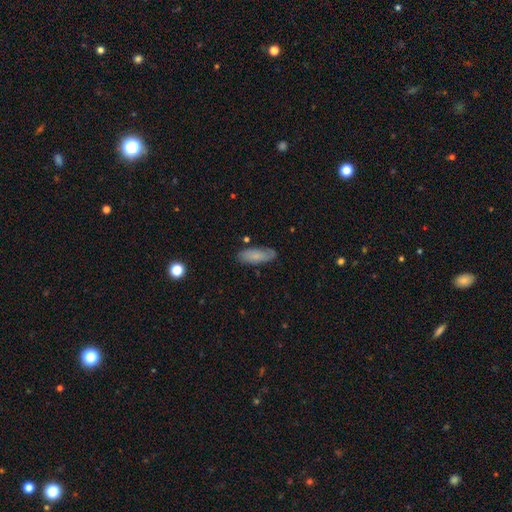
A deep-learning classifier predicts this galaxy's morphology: This is likely a smooth galaxy (73%). How rounded: likely in between (67%). Merging: likely none (80%).